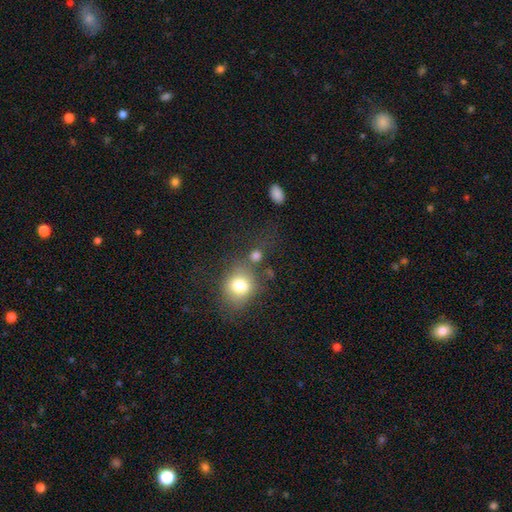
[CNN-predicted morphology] type=smooth (76%); roundness=round (74%); merging=none (56%).